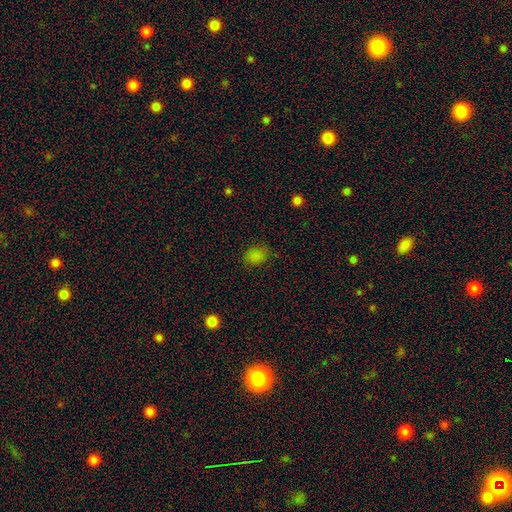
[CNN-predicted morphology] This appears to be a smooth galaxy with no disk features (80%) that is in between round and cigar-shaped (59%). Merging: none (75%).